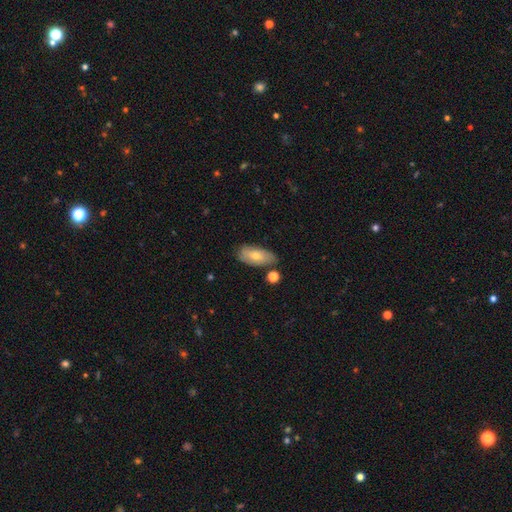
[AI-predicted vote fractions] Smooth or featured? smooth (61%)
How rounded? in between (87%)
Merging? none (74%)